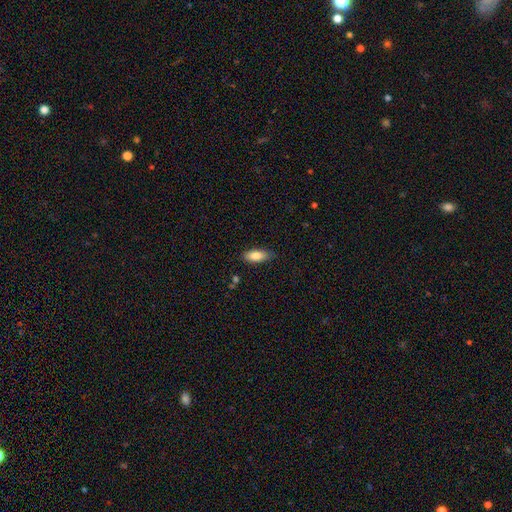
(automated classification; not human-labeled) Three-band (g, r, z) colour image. It shows a smooth galaxy with no disk features (83%) that is in between round and cigar-shaped (83%). Merging: none (80%).